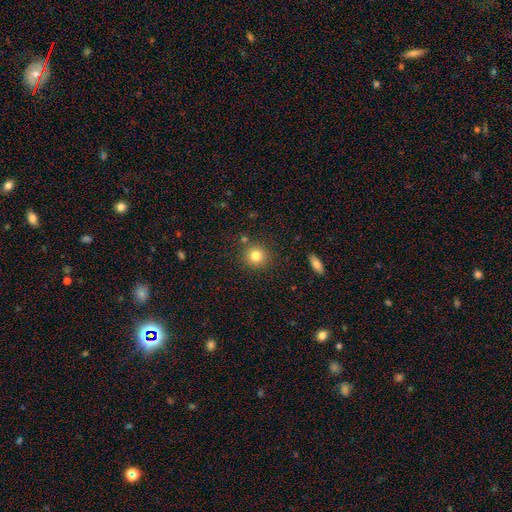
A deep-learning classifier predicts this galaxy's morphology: smooth 81%, star or artifact 12%, featured or disk 7%. Down the decision tree: how rounded — round (92%); merging — none (84%).